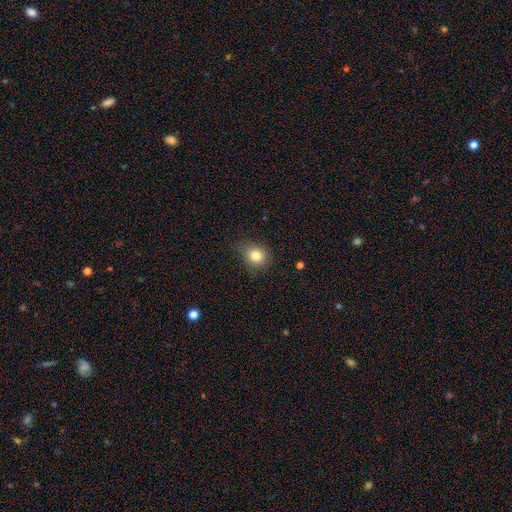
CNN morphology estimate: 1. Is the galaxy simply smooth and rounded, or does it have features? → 81% smooth, 11% star or artifact, 7% featured or disk.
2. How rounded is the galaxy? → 76% round, 23% in between, 1% cigar-shaped.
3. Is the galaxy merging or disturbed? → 82% none, 14% minor disturbance, 3% major disturbance, 1% merger.